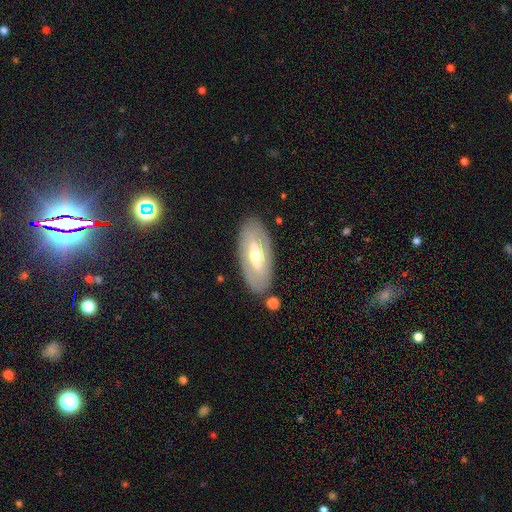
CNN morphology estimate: Overall: featured or disk (54%; smooth 41%). Edge-on disk: no (81%). Merging: none (83%).